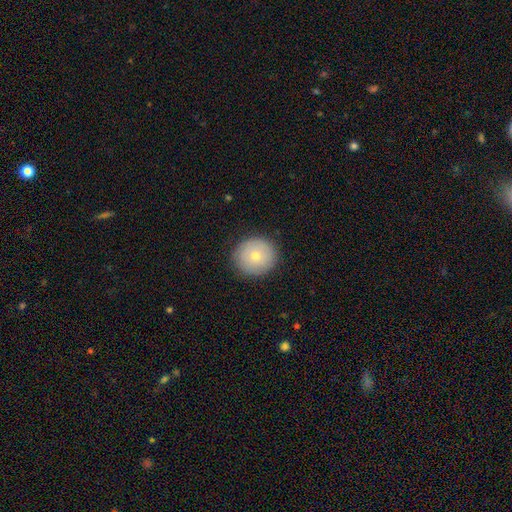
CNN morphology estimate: Smooth or featured? Predicted: smooth (p=0.72). How rounded? Predicted: round (p=0.93). Merging? Predicted: none (p=0.89).